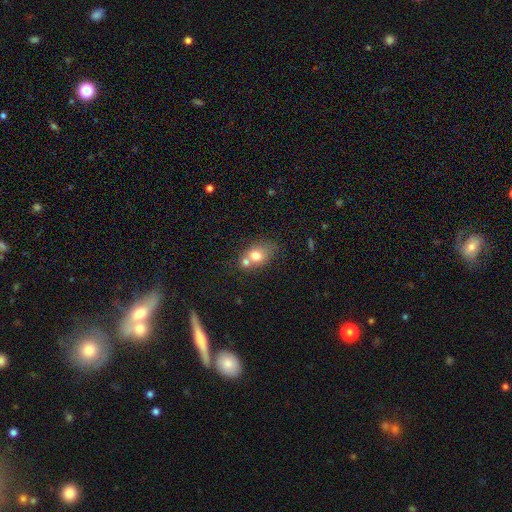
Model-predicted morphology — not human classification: Smooth or featured?
  - smooth: 73% *
  - featured or disk: 17%
  - star or artifact: 10%
How rounded?
  - in between: 55% *
  - round: 43%
  - cigar-shaped: 1%
Merging?
  - merger: 46% *
  - none: 37%
  - minor disturbance: 12%
  - major disturbance: 5%